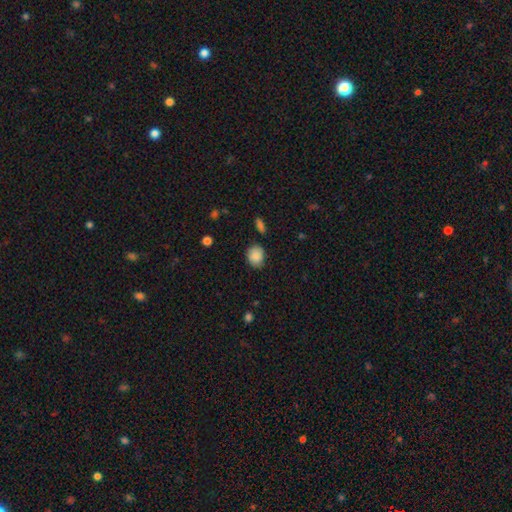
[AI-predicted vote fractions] smooth-or-featured: smooth: 86% | star or artifact: 8% | featured or disk: 6%
  how-rounded: round: 59% | in between: 40% | cigar-shaped: 1%
  merging: none: 74% | minor disturbance: 20% | major disturbance: 4% | merger: 3%